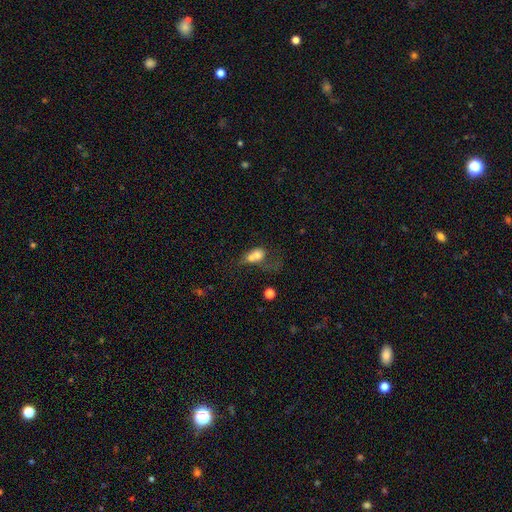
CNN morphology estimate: The model was most divided on "how rounded": in between: 54%, round: 44%, cigar-shaped: 3%. More confident: smooth or featured — smooth (65%); merging — merger (64%).